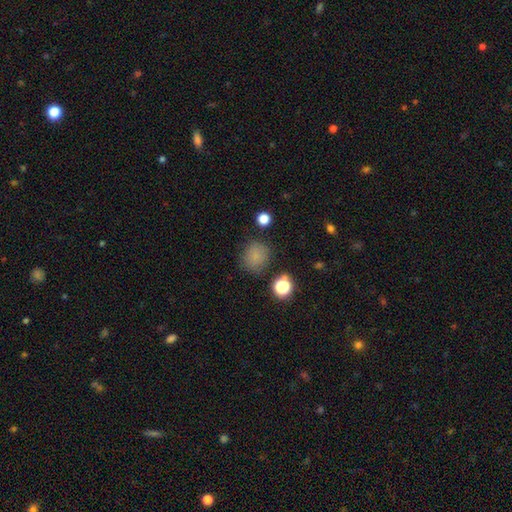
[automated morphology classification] smooth_or_featured: smooth (p=0.79) [alt: star or artifact p=0.16]
how_rounded: round (p=0.81) [alt: in between p=0.18]
merging: none (p=0.80) [alt: minor disturbance p=0.13]